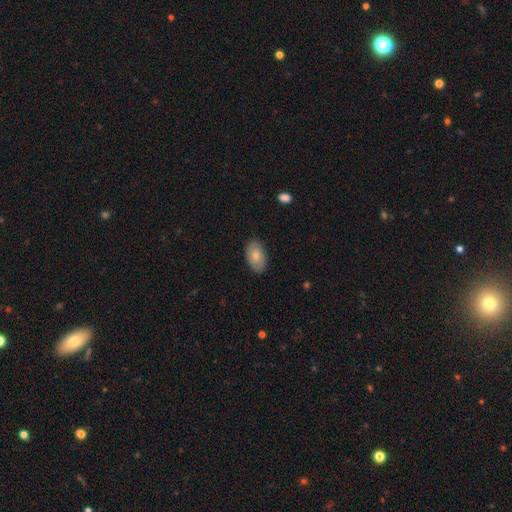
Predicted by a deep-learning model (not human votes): Smooth or featured? Predicted: smooth (p=0.78). How rounded? Predicted: in between (p=0.93). Merging? Predicted: none (p=0.86).